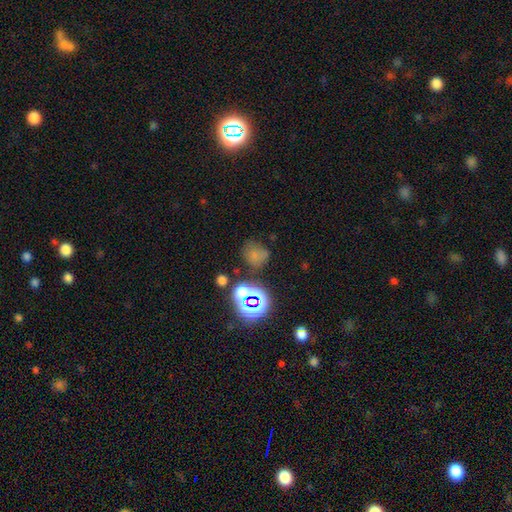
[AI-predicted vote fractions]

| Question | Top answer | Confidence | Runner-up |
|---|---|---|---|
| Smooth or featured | smooth | 64% | star or artifact (26%) |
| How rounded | round | 77% | in between (21%) |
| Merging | none | 59% | minor disturbance (19%) |